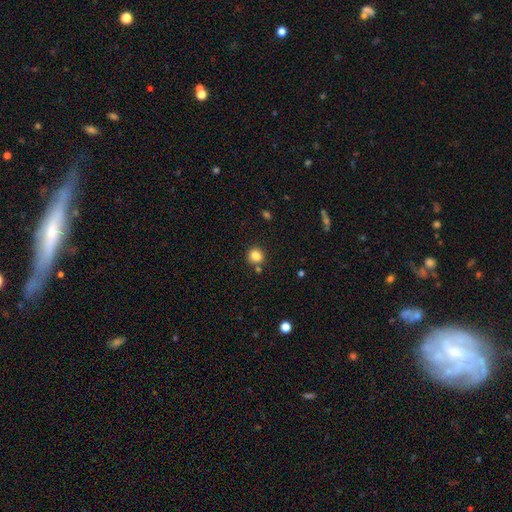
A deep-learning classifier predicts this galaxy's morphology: Smooth or featured?
  - smooth: 85% *
  - star or artifact: 11%
  - featured or disk: 4%
How rounded?
  - round: 77% *
  - in between: 22%
  - cigar-shaped: 1%
Merging?
  - none: 77% *
  - minor disturbance: 11%
  - merger: 9%
  - major disturbance: 3%